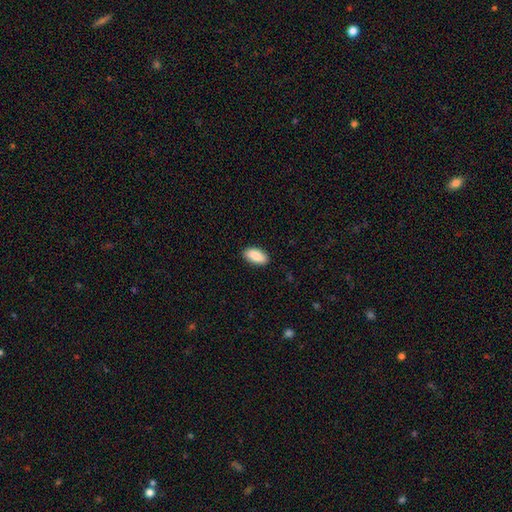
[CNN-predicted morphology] smooth-or-featured: smooth: 90% | star or artifact: 6% | featured or disk: 4%
  how-rounded: in between: 92% | cigar-shaped: 6% | round: 2%
  merging: none: 89% | minor disturbance: 8% | major disturbance: 2% | merger: 1%